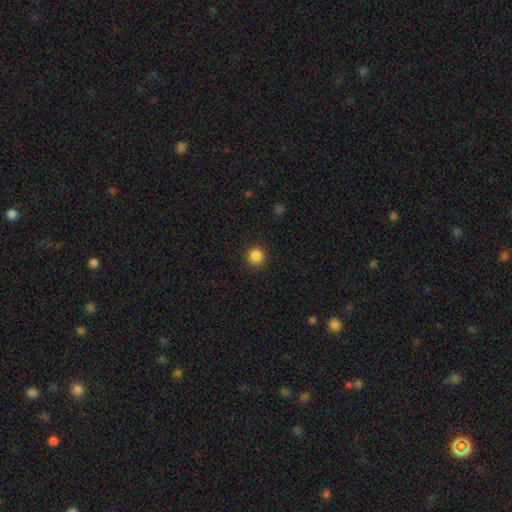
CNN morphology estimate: The model was most divided on "smooth or featured": smooth: 86%, star or artifact: 11%, featured or disk: 3%. More confident: how rounded — round (94%); merging — none (91%).